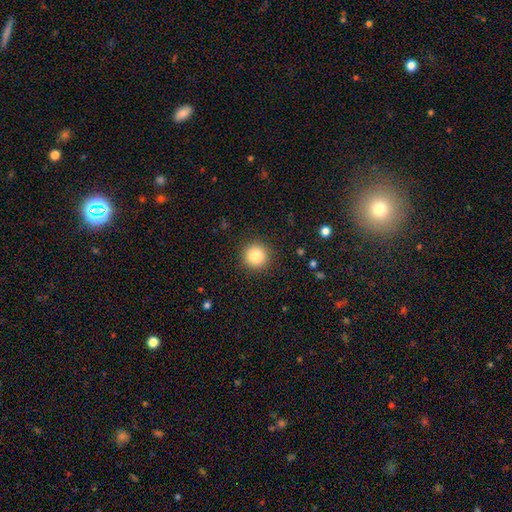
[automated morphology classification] Smooth or featured?
  - smooth: 83% *
  - star or artifact: 10%
  - featured or disk: 7%
How rounded?
  - round: 95% *
  - in between: 4%
  - cigar-shaped: 1%
Merging?
  - none: 91% *
  - minor disturbance: 6%
  - major disturbance: 2%
  - merger: 1%